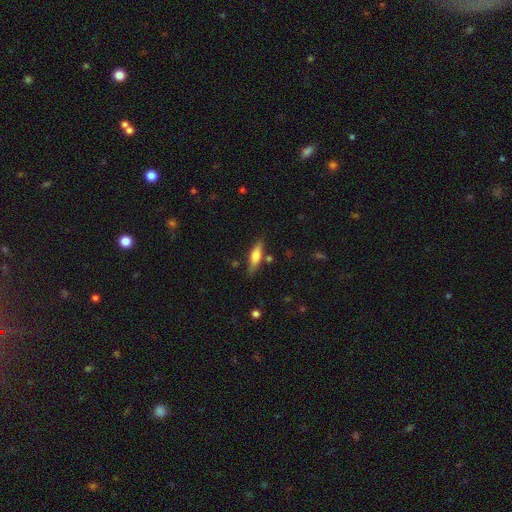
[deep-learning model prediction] smooth_or_featured: smooth (p=0.62) [alt: featured or disk p=0.31]
how_rounded: cigar-shaped (p=0.57) [alt: in between p=0.41]
merging: none (p=0.76) [alt: minor disturbance p=0.16]